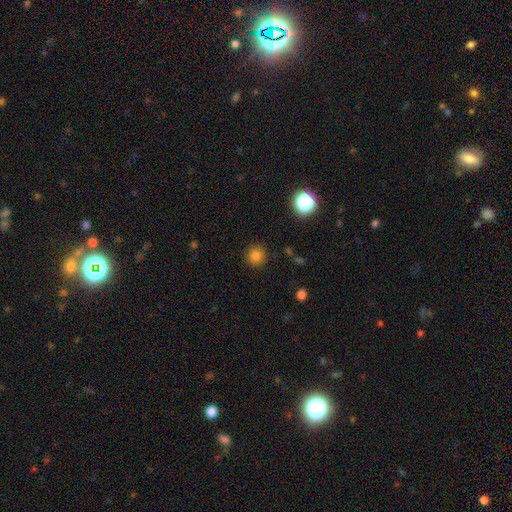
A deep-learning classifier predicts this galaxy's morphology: Overall: smooth (81%). How rounded: round (93%). Merging: none (91%).